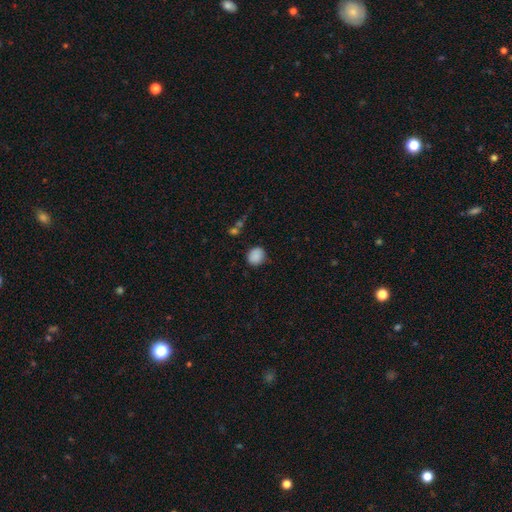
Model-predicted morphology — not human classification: A smooth galaxy with no disk features (87%) that is round (78%).

Vote fractions:
- Smooth or featured? smooth: 87% / star or artifact: 9% / featured or disk: 4%
- How rounded? round: 78% / in between: 21% / cigar-shaped: 1%
- Merging? none: 79% / minor disturbance: 15% / major disturbance: 3% / merger: 2%